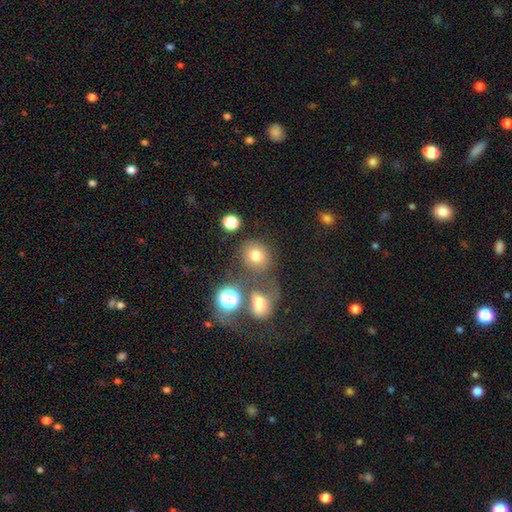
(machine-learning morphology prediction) Overall: smooth (74%). How rounded: round (75%). Merging: none (63%).